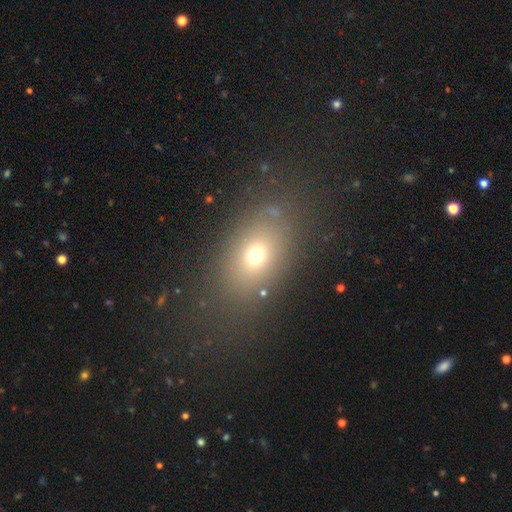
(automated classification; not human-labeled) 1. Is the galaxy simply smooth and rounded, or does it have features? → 68% smooth, 18% star or artifact, 14% featured or disk.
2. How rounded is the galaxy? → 70% in between, 27% round, 2% cigar-shaped.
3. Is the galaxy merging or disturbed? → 77% none, 12% minor disturbance, 8% major disturbance, 3% merger.